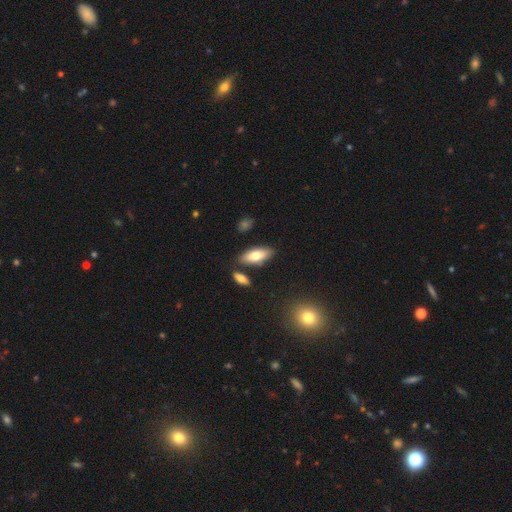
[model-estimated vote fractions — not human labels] Smooth or featured?
  - smooth: 75% *
  - featured or disk: 18%
  - star or artifact: 7%
How rounded?
  - in between: 80% *
  - cigar-shaped: 18%
  - round: 2%
Merging?
  - none: 79% *
  - minor disturbance: 11%
  - merger: 7%
  - major disturbance: 3%